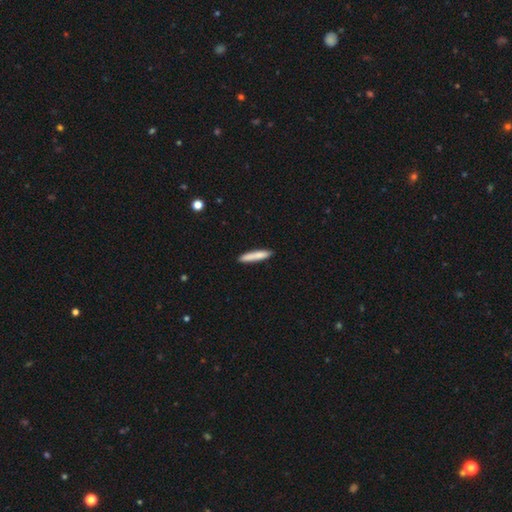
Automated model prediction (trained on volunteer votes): Smooth or featured? smooth (82%)
How rounded? cigar-shaped (90%)
Merging? none (88%)